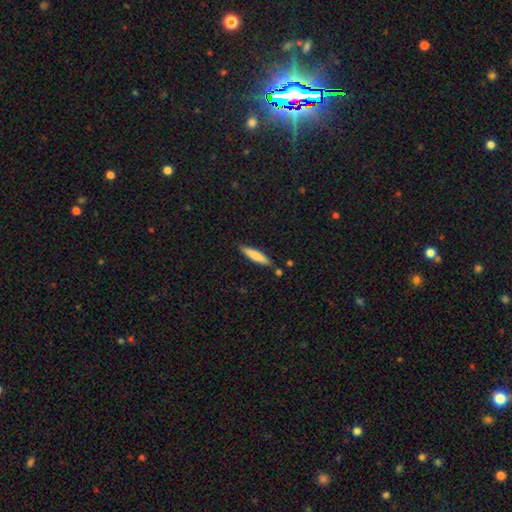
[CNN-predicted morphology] Smooth or featured: smooth — 73% (featured or disk — 21%)
How rounded: cigar-shaped — 87% (in between — 11%)
Merging: none — 85% (minor disturbance — 10%)